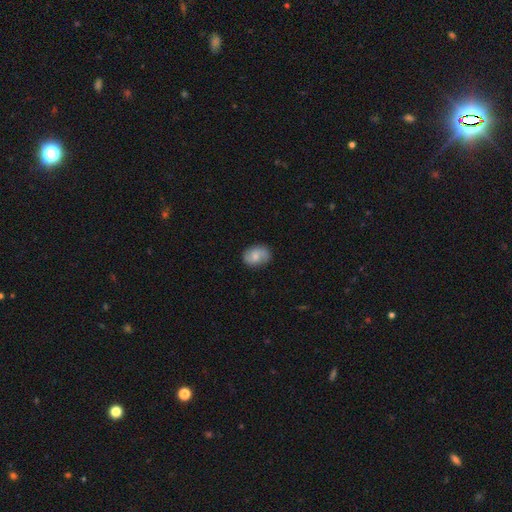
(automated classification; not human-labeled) Smooth or featured?
  - smooth: 52% *
  - featured or disk: 41%
  - star or artifact: 8%
How rounded?
  - in between: 61% *
  - round: 38%
  - cigar-shaped: 1%
Merging?
  - none: 79% *
  - minor disturbance: 16%
  - major disturbance: 4%
  - merger: 1%